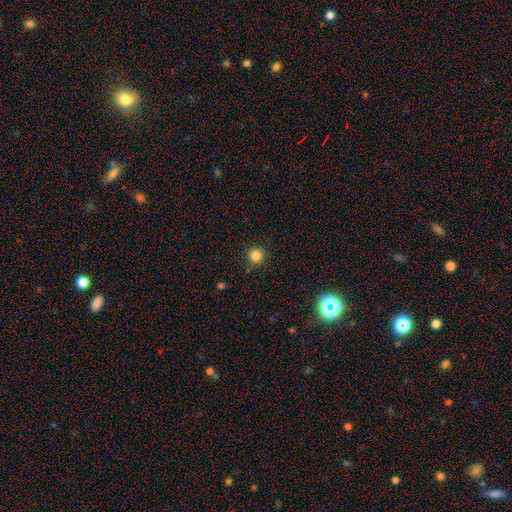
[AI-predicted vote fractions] Smooth or featured? smooth (84%)
How rounded? round (94%)
Merging? none (89%)